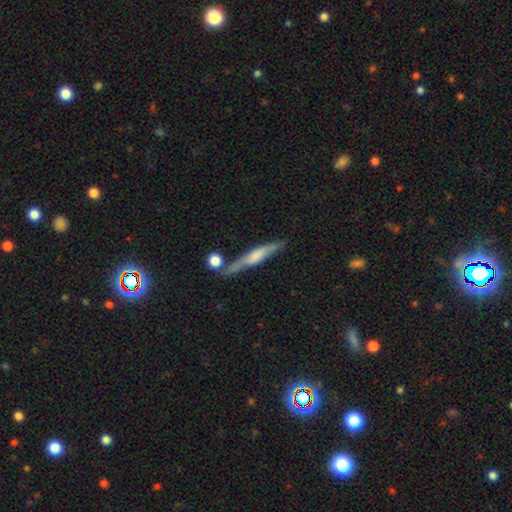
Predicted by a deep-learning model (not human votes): A featured or disk galaxy (56%) viewed edge-on (92%) with a rounded central bulge (51%).

Vote fractions:
- Smooth or featured? featured or disk: 56% / smooth: 36% / star or artifact: 7%
- Edge-on disk? yes: 92% / no: 8%
- Edge-on bulge? rounded: 51% / boxy: 30% / none: 20%
- Merging? none: 72% / minor disturbance: 15% / merger: 9% / major disturbance: 4%